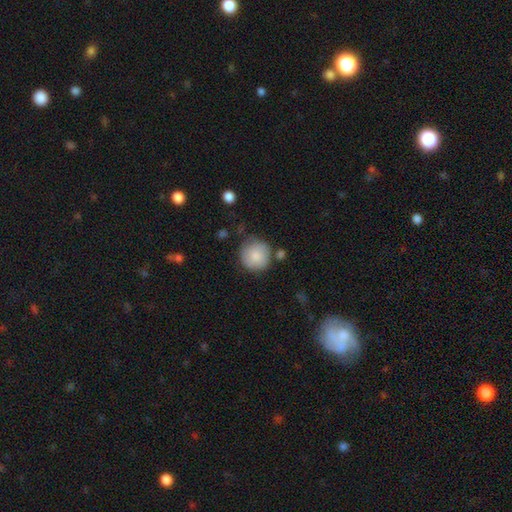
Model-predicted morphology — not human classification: smooth 82%, featured or disk 11%, star or artifact 7%. Down the decision tree: how rounded — round (94%); merging — none (71%).